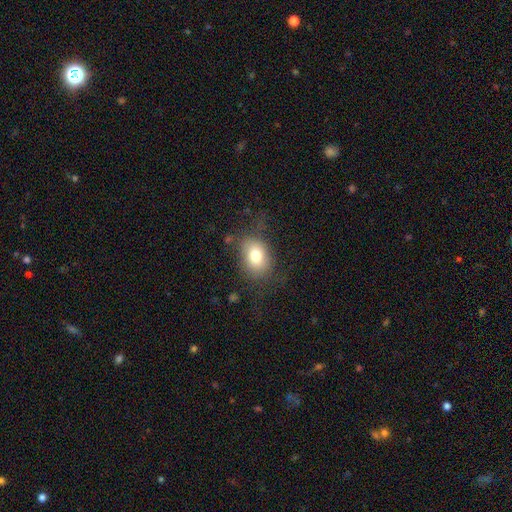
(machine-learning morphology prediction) This appears to be a smooth galaxy with no disk features (76%) that is in between round and cigar-shaped (63%). Merging: none (70%).